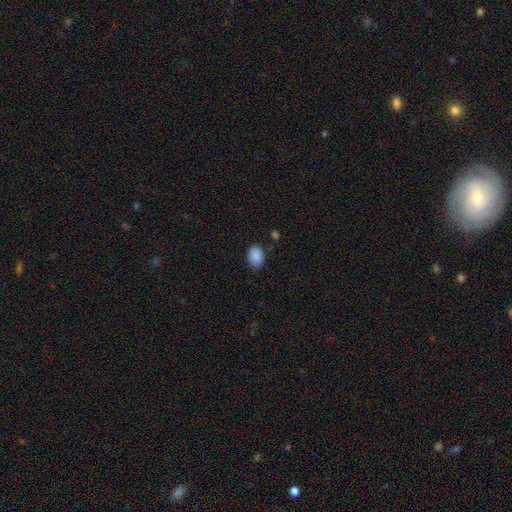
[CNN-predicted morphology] Overall: smooth (89%). How rounded: in between (71%). Merging: none (80%).